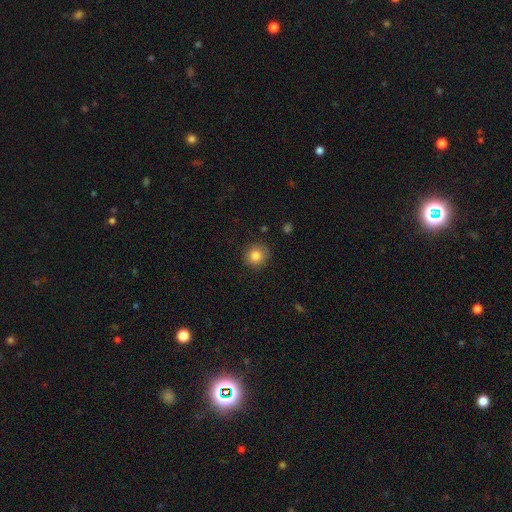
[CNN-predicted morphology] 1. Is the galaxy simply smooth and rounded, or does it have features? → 84% smooth, 10% star or artifact, 6% featured or disk.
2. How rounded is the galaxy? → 87% round, 12% in between, 1% cigar-shaped.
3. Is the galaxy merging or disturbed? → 88% none, 9% minor disturbance, 2% major disturbance, 1% merger.